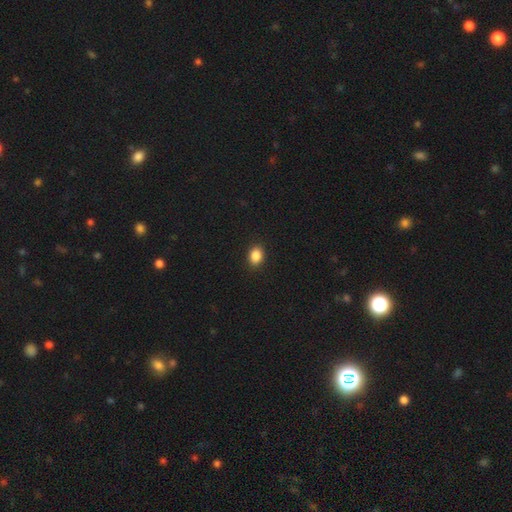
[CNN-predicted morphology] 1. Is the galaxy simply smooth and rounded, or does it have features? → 87% smooth, 10% star or artifact, 3% featured or disk.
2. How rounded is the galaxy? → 59% in between, 39% round, 1% cigar-shaped.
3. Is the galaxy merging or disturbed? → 91% none, 7% minor disturbance, 2% major disturbance, 1% merger.